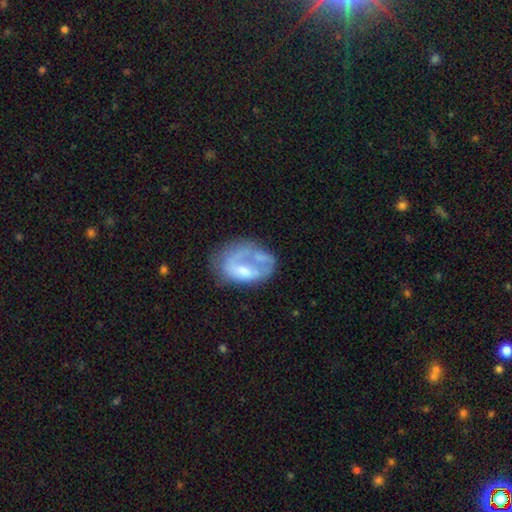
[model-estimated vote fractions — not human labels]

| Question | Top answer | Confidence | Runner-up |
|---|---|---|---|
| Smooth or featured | featured or disk | 55% | smooth (37%) |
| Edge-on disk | no | 97% | yes (3%) |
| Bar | no | 70% | weak (24%) |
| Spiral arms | no | 62% | yes (38%) |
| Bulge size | moderate | 33% | small (29%) |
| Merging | major disturbance | 35% | none (34%) |